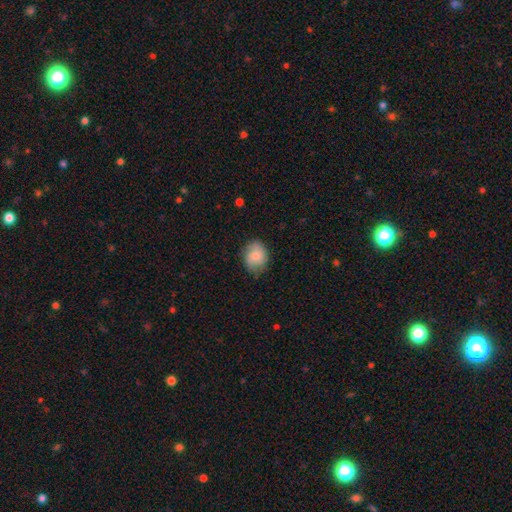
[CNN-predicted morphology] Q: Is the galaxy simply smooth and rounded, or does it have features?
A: smooth — 74%.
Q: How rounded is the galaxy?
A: round — 53%.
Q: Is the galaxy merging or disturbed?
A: none — 75%.